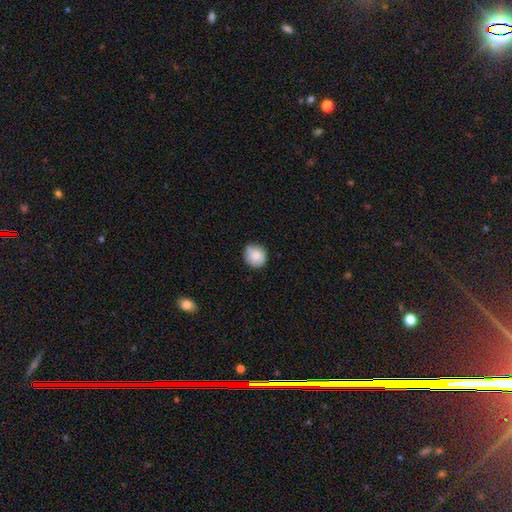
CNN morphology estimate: Overall: smooth (83%). How rounded: round (87%). Merging: none (70%).